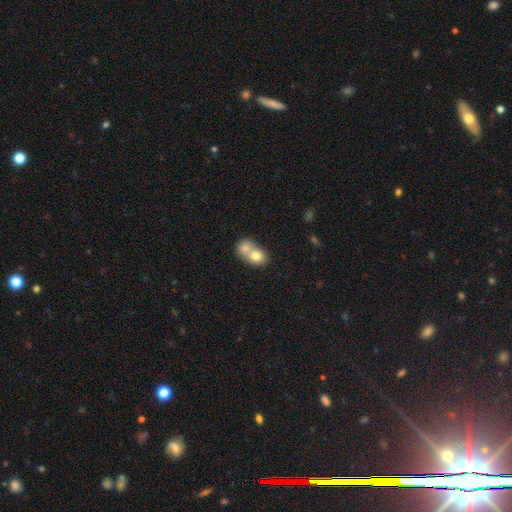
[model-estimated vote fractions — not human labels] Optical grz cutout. It shows a smooth galaxy with no disk features (73%) that is round (55%). Merging: merger (75%).